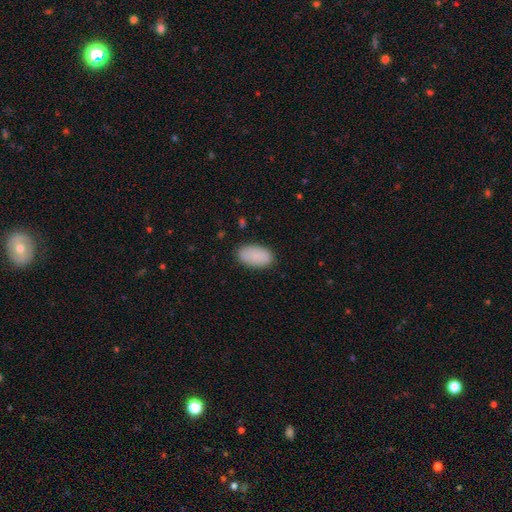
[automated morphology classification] Smooth or featured?
  - smooth: 88% *
  - star or artifact: 6%
  - featured or disk: 5%
How rounded?
  - in between: 95% *
  - round: 3%
  - cigar-shaped: 2%
Merging?
  - none: 86% *
  - minor disturbance: 11%
  - major disturbance: 2%
  - merger: 1%